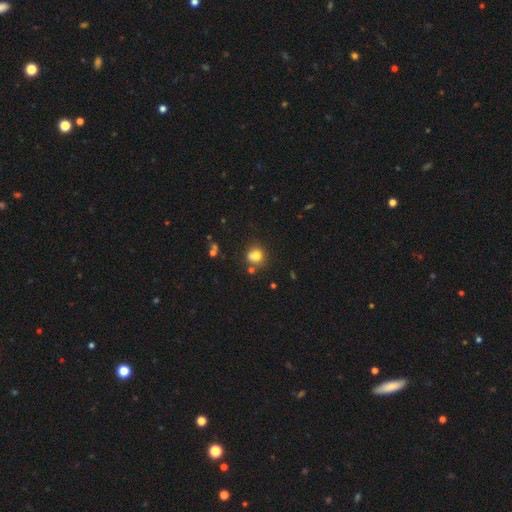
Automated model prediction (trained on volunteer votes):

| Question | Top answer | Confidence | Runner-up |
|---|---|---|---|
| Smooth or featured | smooth | 79% | star or artifact (12%) |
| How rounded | round | 85% | in between (14%) |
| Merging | none | 66% | minor disturbance (15%) |